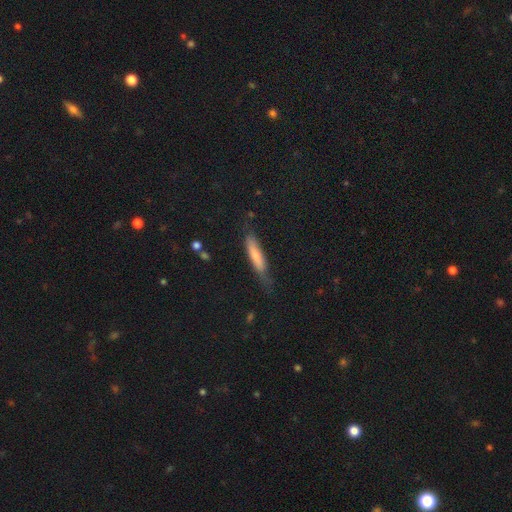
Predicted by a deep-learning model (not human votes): A smooth galaxy with no disk features (67%) that is cigar-shaped (78%). Merging: none (62%).